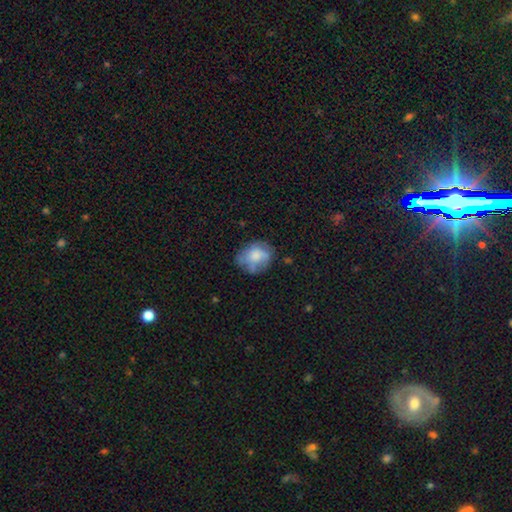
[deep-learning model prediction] The model was most divided on "how rounded": round: 53%, in between: 46%, cigar-shaped: 1%. More confident: smooth or featured — smooth (59%); merging — none (56%).